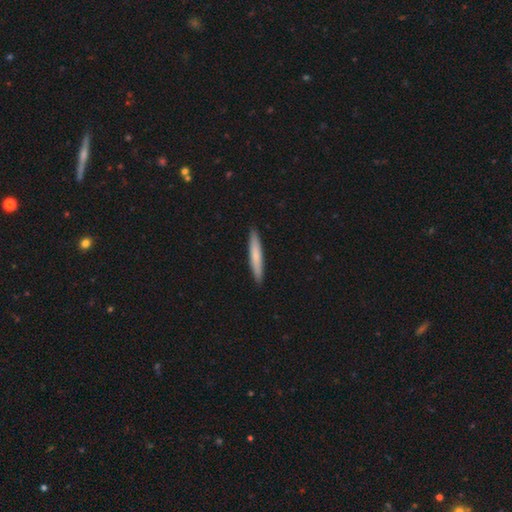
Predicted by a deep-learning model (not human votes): The model was most divided on "smooth or featured": smooth: 73%, featured or disk: 22%, star or artifact: 5%. More confident: how rounded — cigar-shaped (95%); merging — none (92%).